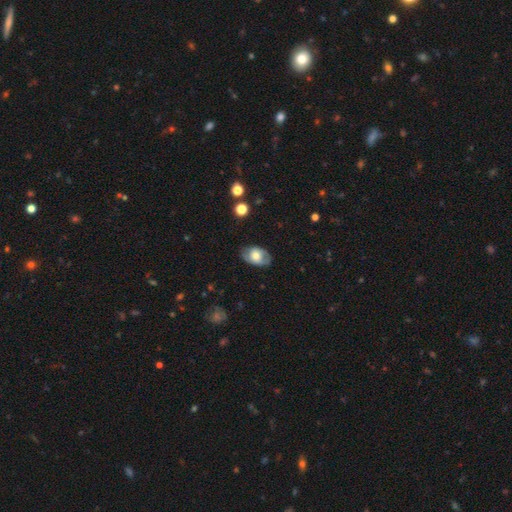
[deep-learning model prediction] Smooth or featured? Predicted: smooth (p=0.50). Merging? Predicted: none (p=0.71).